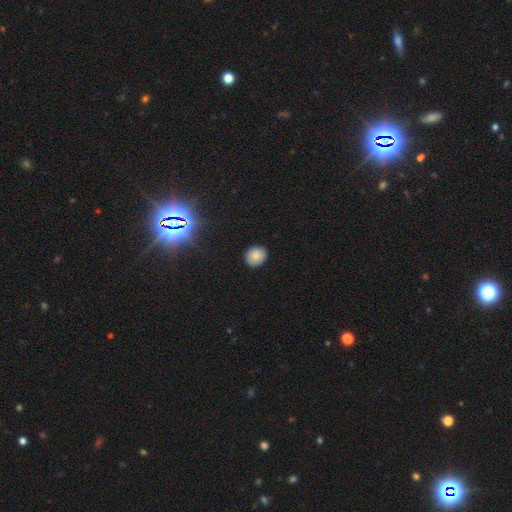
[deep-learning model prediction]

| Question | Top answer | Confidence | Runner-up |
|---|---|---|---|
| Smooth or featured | smooth | 82% | star or artifact (11%) |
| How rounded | round | 73% | in between (26%) |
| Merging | none | 88% | minor disturbance (9%) |